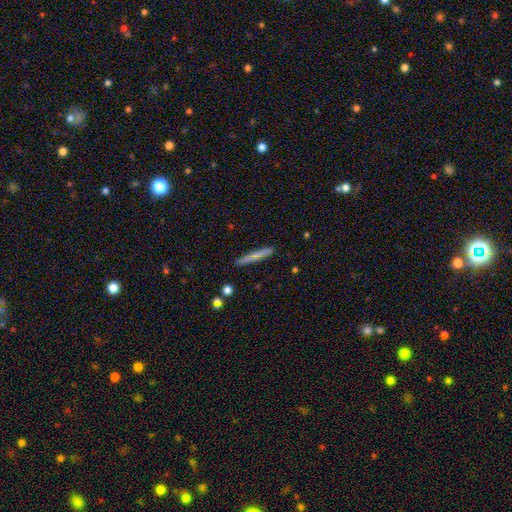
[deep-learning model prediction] smooth 67%, featured or disk 26%, star or artifact 7%. Down the decision tree: how rounded — cigar-shaped (95%); merging — none (86%).